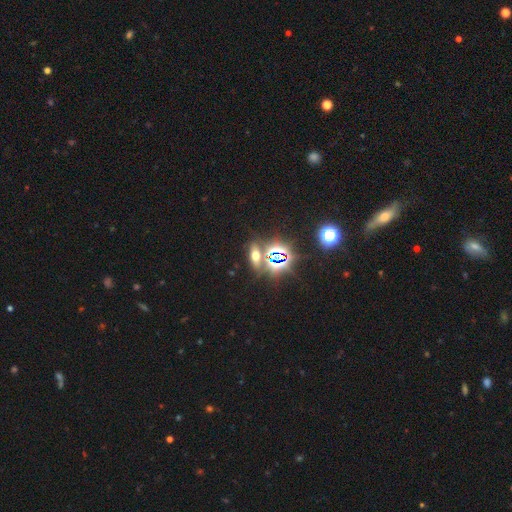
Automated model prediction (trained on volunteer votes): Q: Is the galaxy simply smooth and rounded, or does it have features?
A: star or artifact — 47%.